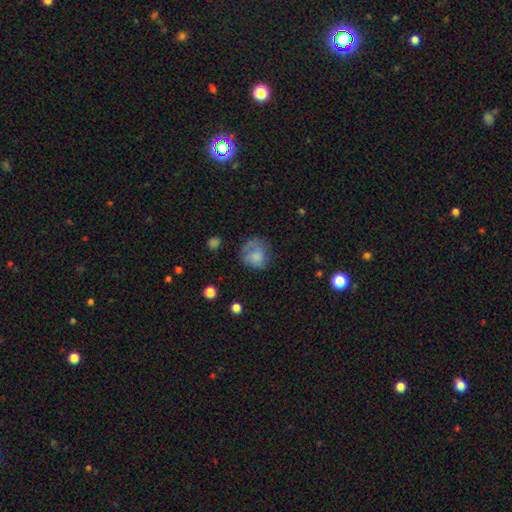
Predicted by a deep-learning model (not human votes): Smooth or featured? smooth (70%)
How rounded? round (73%)
Merging? none (48%)